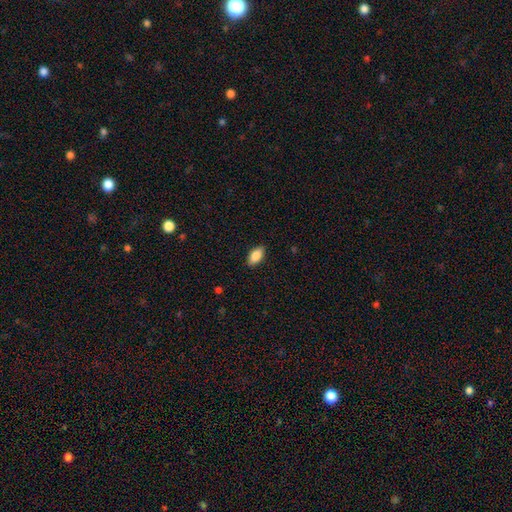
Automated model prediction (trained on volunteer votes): smooth_or_featured: smooth (p=0.86) [alt: featured or disk p=0.07]
how_rounded: in between (p=0.91) [alt: cigar-shaped p=0.06]
merging: none (p=0.89) [alt: minor disturbance p=0.09]